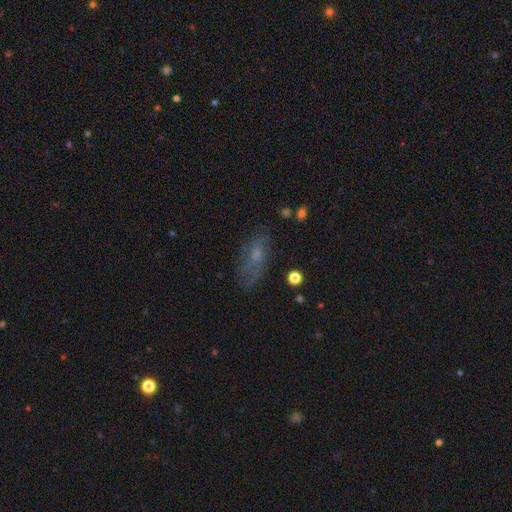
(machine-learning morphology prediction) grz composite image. It shows a smooth galaxy with no disk features (46%). Merging: none (63%).